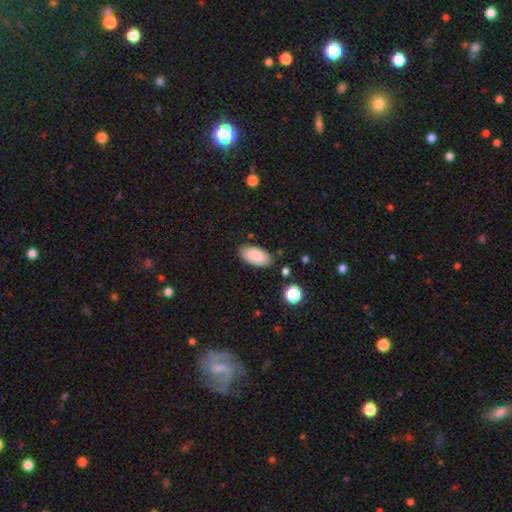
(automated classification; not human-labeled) smooth-or-featured: smooth: 86% | star or artifact: 7% | featured or disk: 7%
  how-rounded: in between: 93% | cigar-shaped: 4% | round: 2%
  merging: none: 84% | minor disturbance: 11% | major disturbance: 3% | merger: 2%